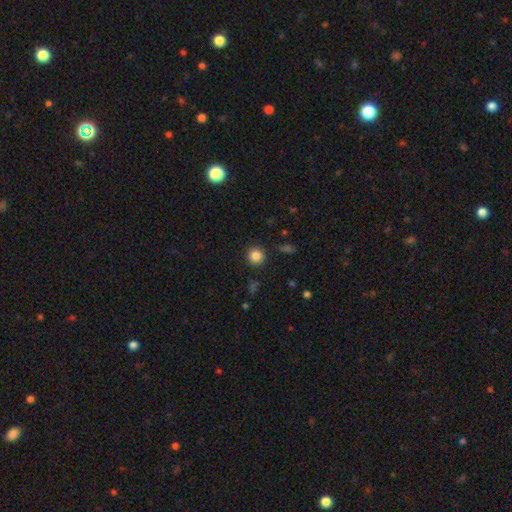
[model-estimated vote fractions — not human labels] smooth-or-featured: smooth: 84% | star or artifact: 11% | featured or disk: 5%
  how-rounded: round: 93% | in between: 6% | cigar-shaped: 1%
  merging: none: 90% | minor disturbance: 6% | major disturbance: 2% | merger: 2%